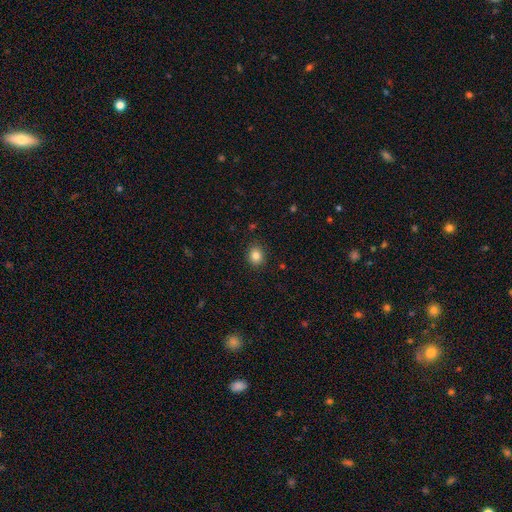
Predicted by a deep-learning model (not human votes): A smooth galaxy with no disk features (84%) that is round (74%). Merging: none (90%).